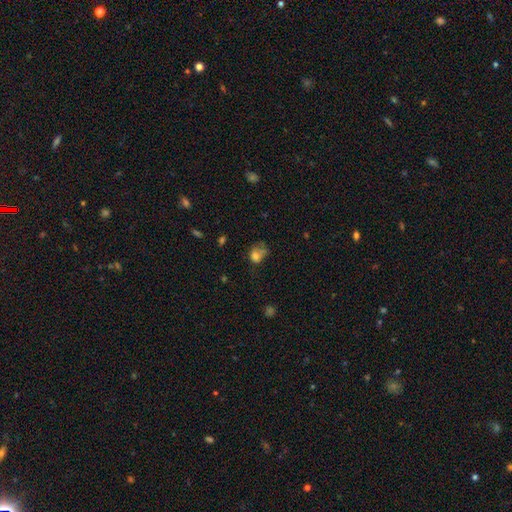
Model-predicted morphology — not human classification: smooth_or_featured: smooth (p=0.69) [alt: featured or disk p=0.17]
how_rounded: in between (p=0.59) [alt: round p=0.40]
merging: major disturbance (p=0.30) [alt: none p=0.29]